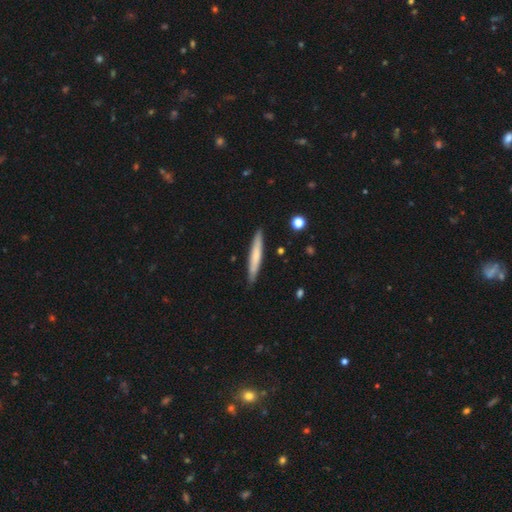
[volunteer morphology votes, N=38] This is likely a smooth galaxy (66%). How rounded: clearly cigar-shaped (100%). Merging: clearly none (84%).